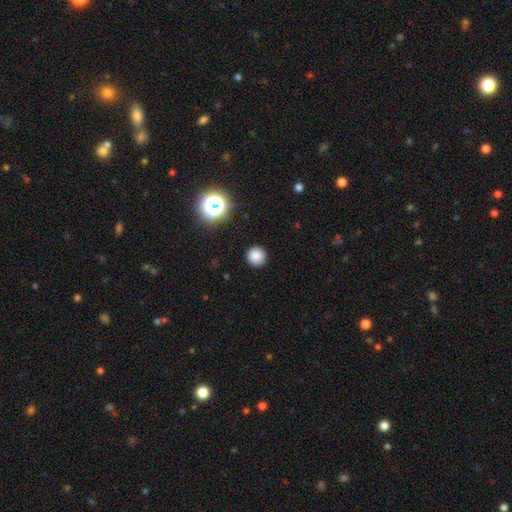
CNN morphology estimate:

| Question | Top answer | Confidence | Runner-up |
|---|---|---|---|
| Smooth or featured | smooth | 83% | star or artifact (13%) |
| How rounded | round | 94% | in between (5%) |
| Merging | none | 91% | minor disturbance (6%) |